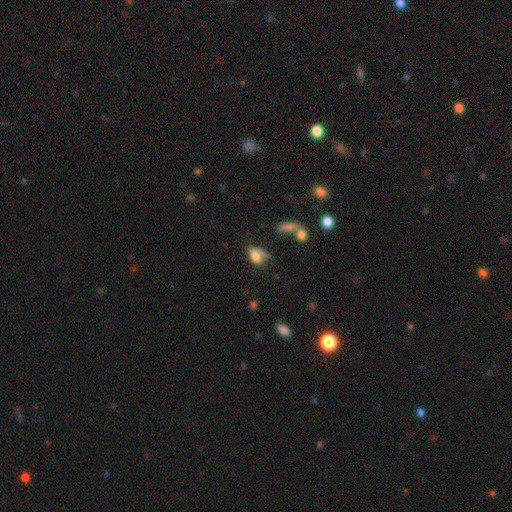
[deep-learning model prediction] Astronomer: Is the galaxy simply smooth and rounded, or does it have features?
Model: smooth — 74%.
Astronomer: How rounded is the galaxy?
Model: in between — 85%.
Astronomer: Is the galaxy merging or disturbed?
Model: none — 35% (runner-up: minor disturbance, 29%).